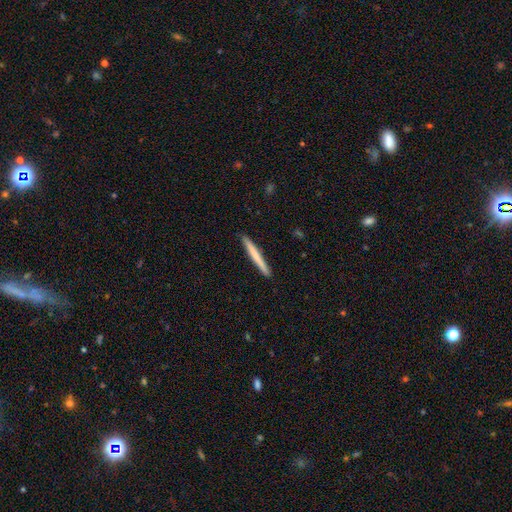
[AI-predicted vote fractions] A smooth galaxy with no disk features (67%) that is cigar-shaped (97%). Merging: none (91%).